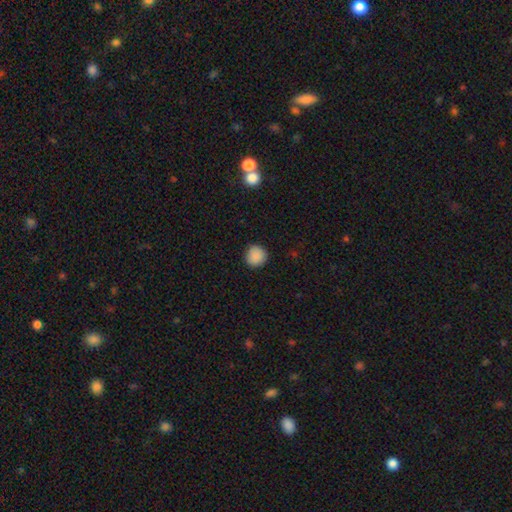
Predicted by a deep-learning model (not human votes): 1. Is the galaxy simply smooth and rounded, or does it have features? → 89% smooth, 8% star or artifact, 3% featured or disk.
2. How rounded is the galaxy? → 93% round, 6% in between, 1% cigar-shaped.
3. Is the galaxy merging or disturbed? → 90% none, 7% minor disturbance, 2% major disturbance, 1% merger.